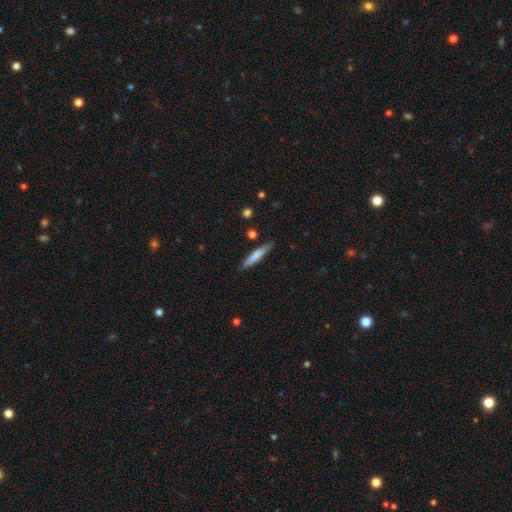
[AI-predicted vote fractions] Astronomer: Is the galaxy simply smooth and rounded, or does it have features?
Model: smooth — 70%.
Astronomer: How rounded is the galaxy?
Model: cigar-shaped — 91%.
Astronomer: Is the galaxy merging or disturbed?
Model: none — 84%.